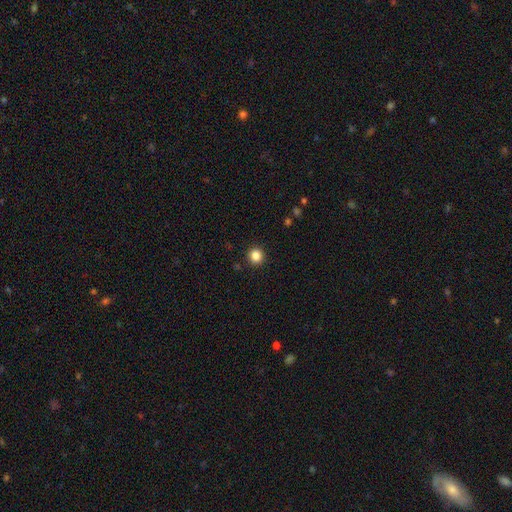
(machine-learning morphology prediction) Q: Smooth or featured?
A: smooth (85%); runner-up: star or artifact (11%)
Q: How rounded?
A: round (93%); runner-up: in between (6%)
Q: Merging?
A: none (93%); runner-up: minor disturbance (5%)